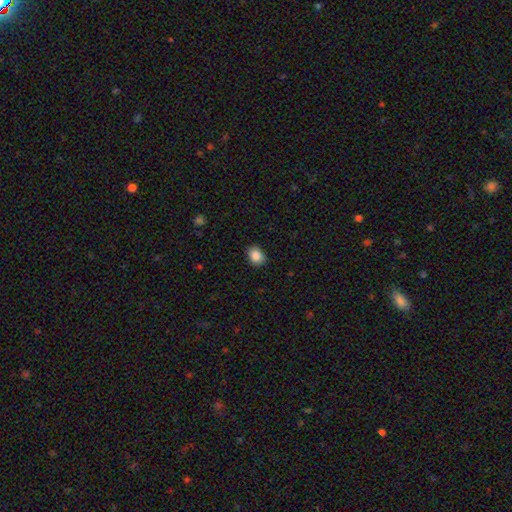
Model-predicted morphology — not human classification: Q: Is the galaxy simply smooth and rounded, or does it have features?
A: smooth — 87%.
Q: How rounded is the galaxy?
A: in between — 57%.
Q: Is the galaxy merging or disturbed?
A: none — 85%.